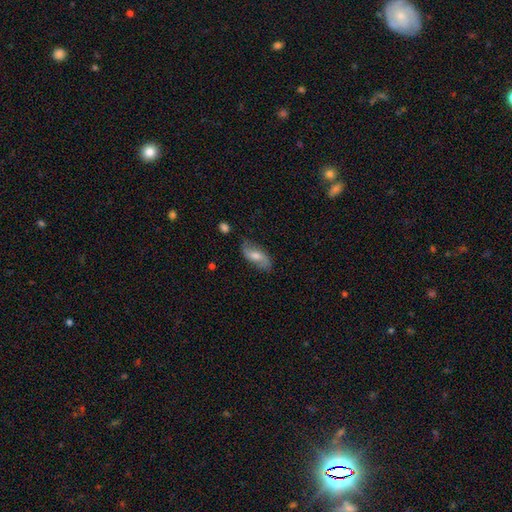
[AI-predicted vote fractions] A featured or disk galaxy (48%).

Vote fractions:
- Smooth or featured? featured or disk: 48% / smooth: 45% / star or artifact: 7%
- Merging? none: 73% / minor disturbance: 20% / major disturbance: 5% / merger: 2%